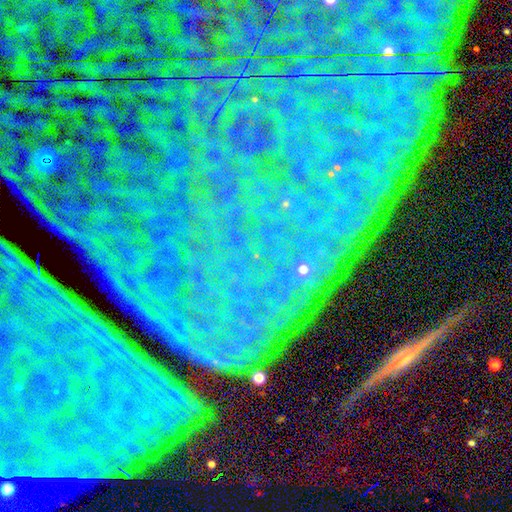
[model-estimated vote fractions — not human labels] Smooth or featured? star or artifact (83%)